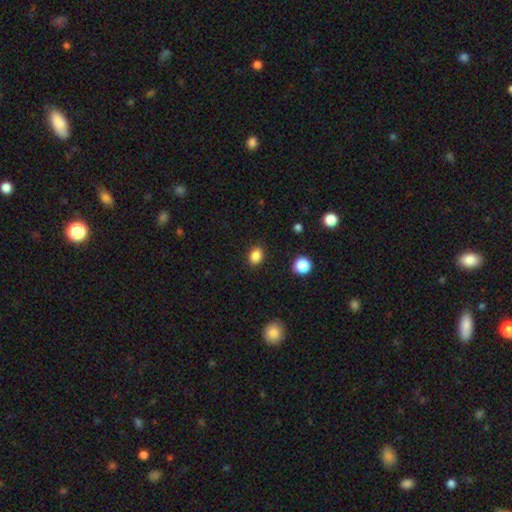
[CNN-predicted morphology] type=smooth (86%); roundness=in between (59%); merging=none (89%).